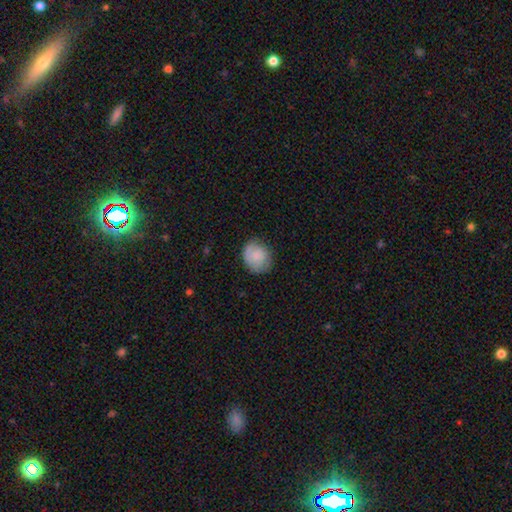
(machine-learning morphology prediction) This is likely a smooth galaxy (75%). How rounded: likely round (67%). Merging: likely none (72%).